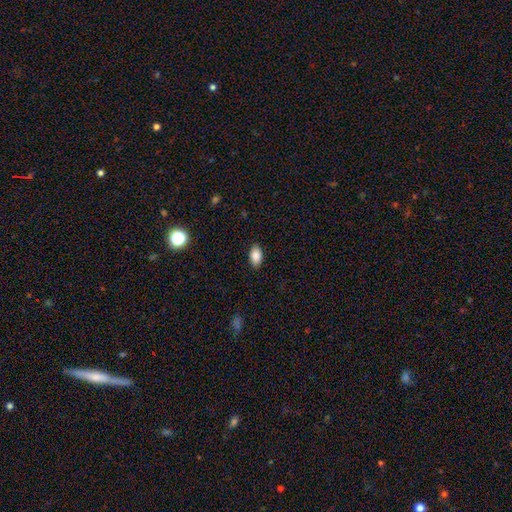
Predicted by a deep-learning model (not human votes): Smooth or featured? Predicted: smooth (p=0.86). How rounded? Predicted: in between (p=0.92). Merging? Predicted: none (p=0.87).